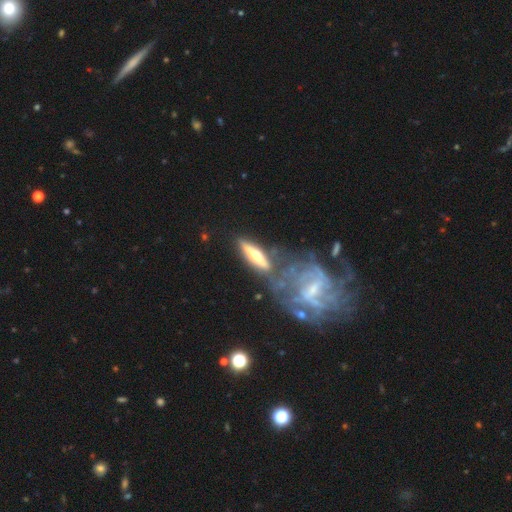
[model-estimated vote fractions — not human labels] smooth_or_featured: featured or disk (p=0.63) [alt: smooth p=0.31]
disk_edge_on: yes (p=0.78) [alt: no p=0.22]
merging: none (p=0.61) [alt: merger p=0.17]